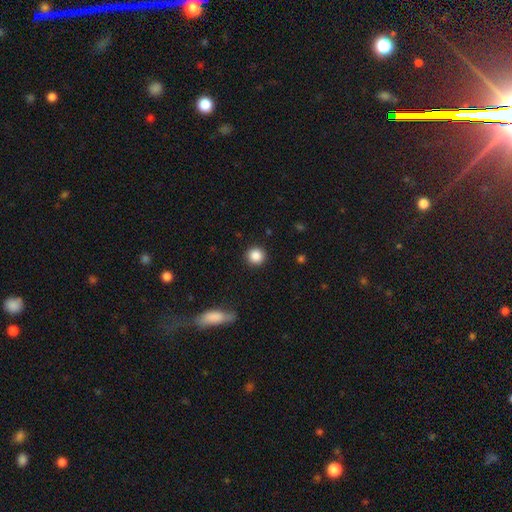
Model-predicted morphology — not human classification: Q: Smooth or featured?
A: smooth (87%); runner-up: star or artifact (10%)
Q: How rounded?
A: round (94%); runner-up: in between (5%)
Q: Merging?
A: none (91%); runner-up: minor disturbance (5%)